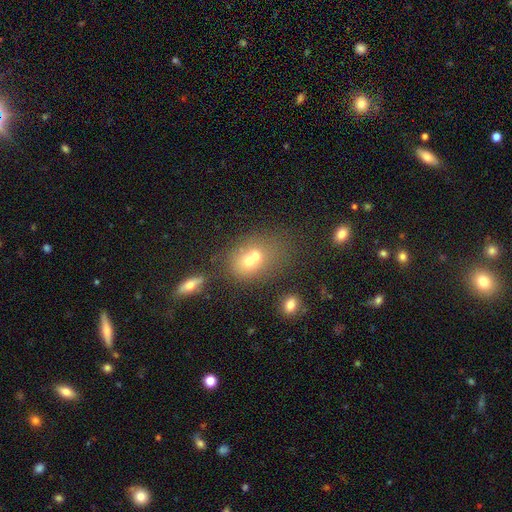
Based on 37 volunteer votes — Smooth or featured? 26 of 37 (70%) said smooth. How rounded? 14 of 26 (54%) said in between. Merging? 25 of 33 (76%) said merger.